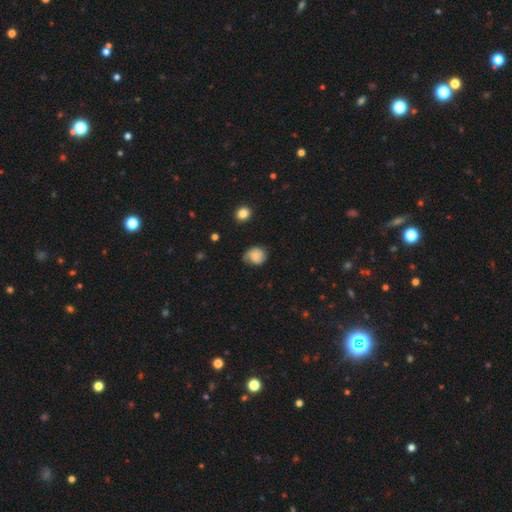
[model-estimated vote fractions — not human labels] smooth 61%, featured or disk 30%, star or artifact 9%. Down the decision tree: how rounded — round (64%); merging — none (58%).